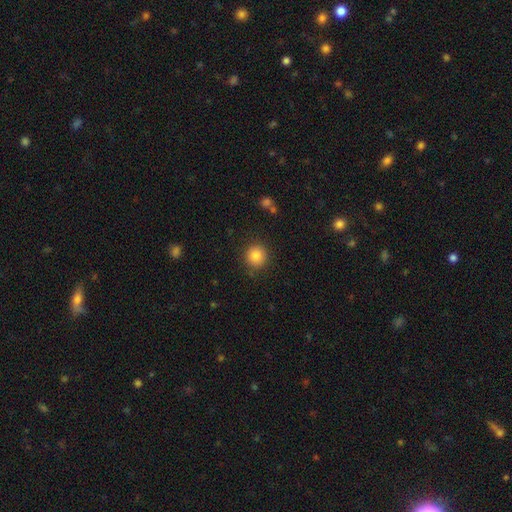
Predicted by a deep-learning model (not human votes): The model was most divided on "smooth or featured": smooth: 85%, star or artifact: 10%, featured or disk: 5%. More confident: how rounded — round (92%); merging — none (89%).